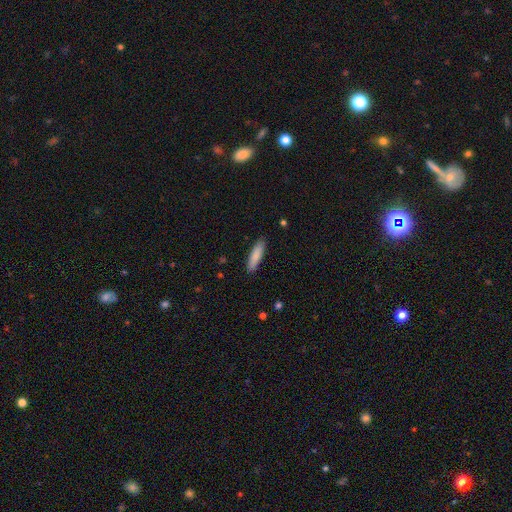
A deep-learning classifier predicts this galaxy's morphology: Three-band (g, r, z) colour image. It shows a smooth galaxy with no disk features (85%) that is cigar-shaped (71%). Merging: none (88%).